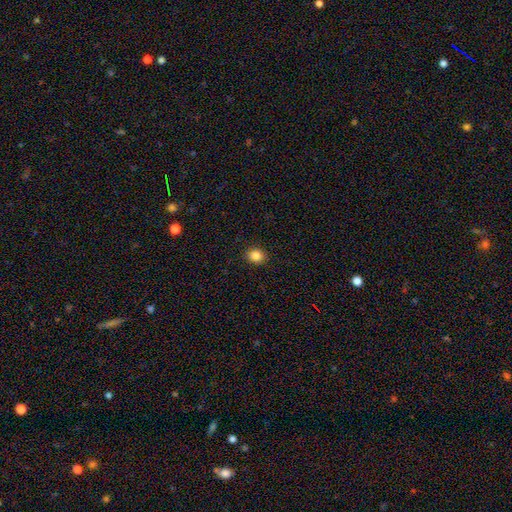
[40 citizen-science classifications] Smooth or featured?
  - smooth: 85% *
  - star or artifact: 10%
  - featured or disk: 5%
How rounded?
  - round: 56% *
  - in between: 44%
  - cigar-shaped: 0%
Merging?
  - none: 97% *
  - minor disturbance: 3%
  - major disturbance: 0%
  - merger: 0%